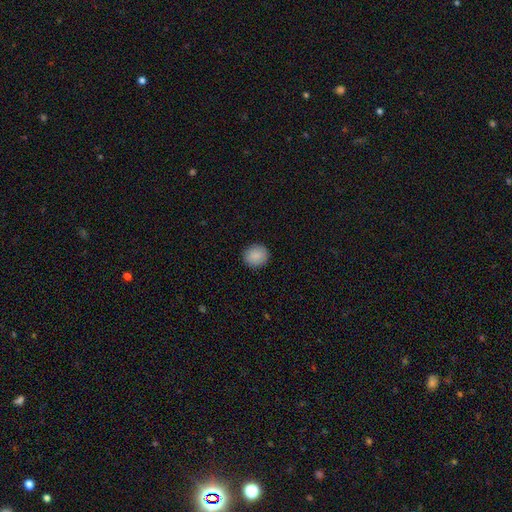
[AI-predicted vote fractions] smooth 89%, star or artifact 8%, featured or disk 3%. Down the decision tree: how rounded — round (84%); merging — none (91%).